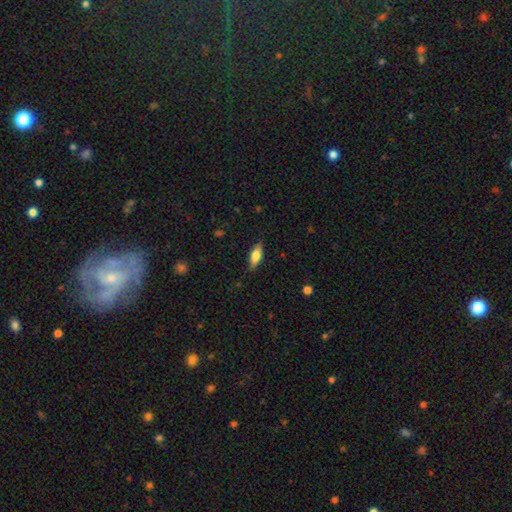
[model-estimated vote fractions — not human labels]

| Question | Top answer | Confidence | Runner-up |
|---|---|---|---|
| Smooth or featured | smooth | 68% | featured or disk (26%) |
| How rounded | in between | 70% | cigar-shaped (27%) |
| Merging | none | 84% | minor disturbance (13%) |